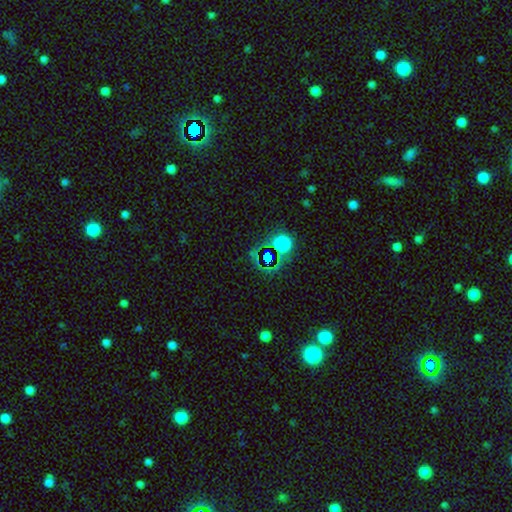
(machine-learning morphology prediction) Smooth or featured? star or artifact (67%)